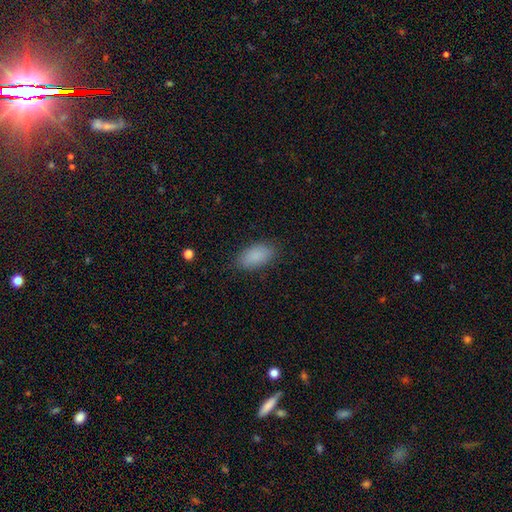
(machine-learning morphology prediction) This is clearly a smooth galaxy (89%). How rounded: clearly in between (93%). Merging: clearly none (85%).